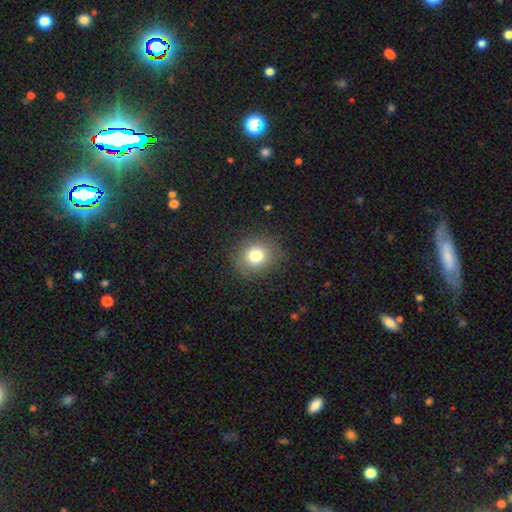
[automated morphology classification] type=smooth (78%); roundness=round (83%); merging=none (86%).